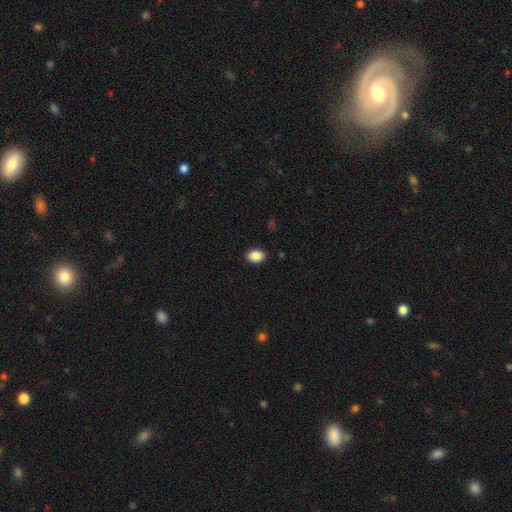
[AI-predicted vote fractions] Smooth or featured: smooth — 89% (star or artifact — 8%)
How rounded: in between — 67% (round — 32%)
Merging: none — 90% (minor disturbance — 7%)